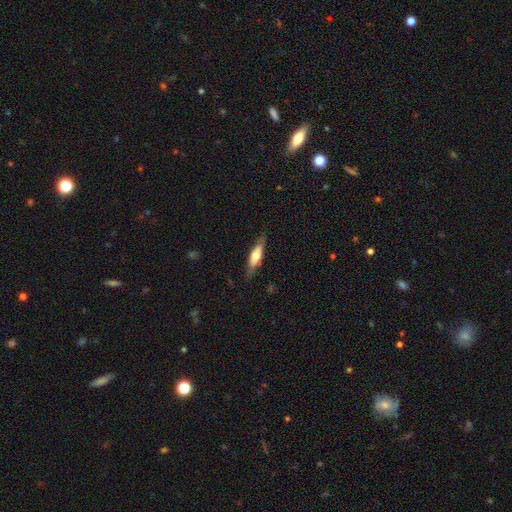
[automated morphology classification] smooth 47% (tied), featured or disk 47% (tied), star or artifact 6%. Down the decision tree: merging — none (82%).